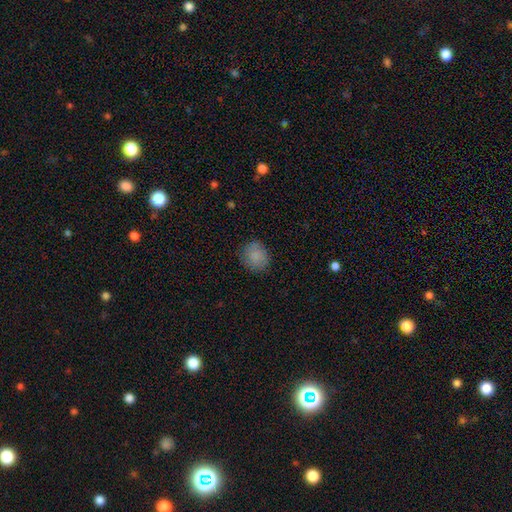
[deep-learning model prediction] This is clearly a smooth galaxy (85%). How rounded: likely round (70%). Merging: clearly none (82%).